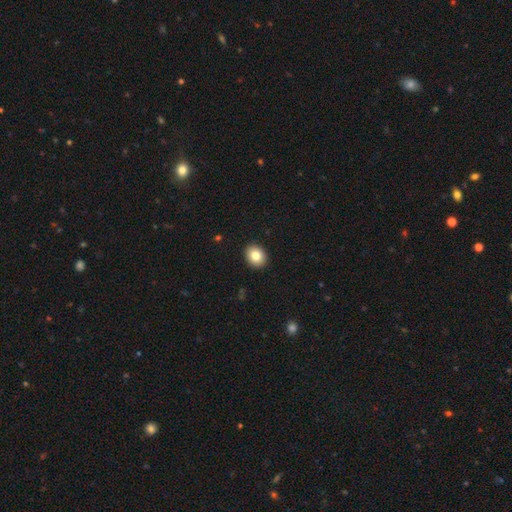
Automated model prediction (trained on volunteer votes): The model was most divided on "how rounded": round: 53%, in between: 46%, cigar-shaped: 1%. More confident: merging — none (92%); smooth or featured — smooth (81%).